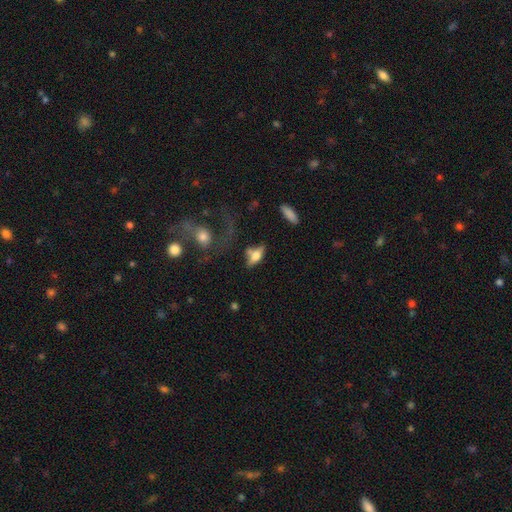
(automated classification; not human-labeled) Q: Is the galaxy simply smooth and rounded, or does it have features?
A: smooth — 47%.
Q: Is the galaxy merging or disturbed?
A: none — 52%.